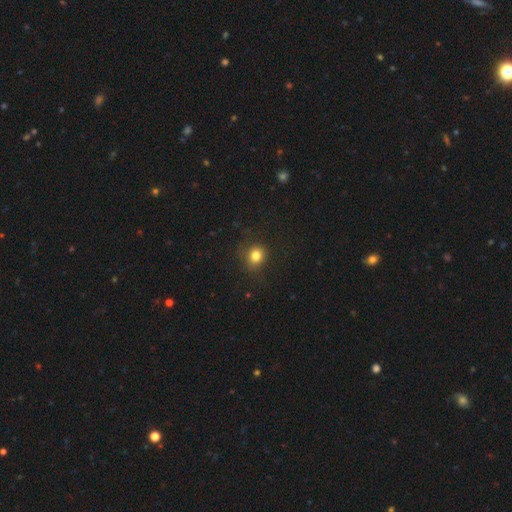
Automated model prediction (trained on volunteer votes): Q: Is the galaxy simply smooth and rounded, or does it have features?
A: smooth — 80%.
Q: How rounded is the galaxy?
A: round — 80%.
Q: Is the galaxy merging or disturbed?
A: none — 78%.